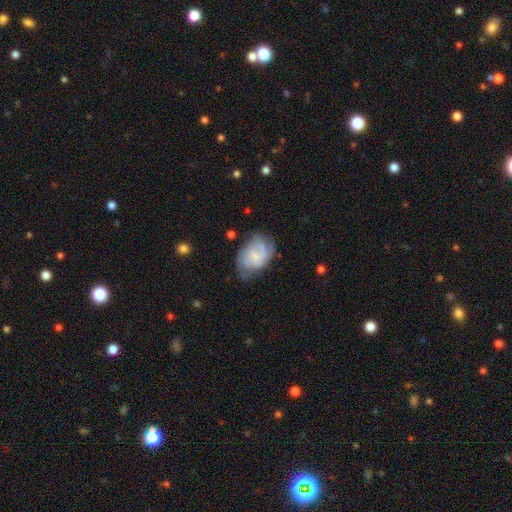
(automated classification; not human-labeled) The model was most divided on "smooth or featured": featured or disk: 55%, smooth: 37%, star or artifact: 8%. More confident: edge-on disk — no (98%); spiral arms — yes (80%); bar — no (66%); merging — none (51%); bulge size — small (50%).